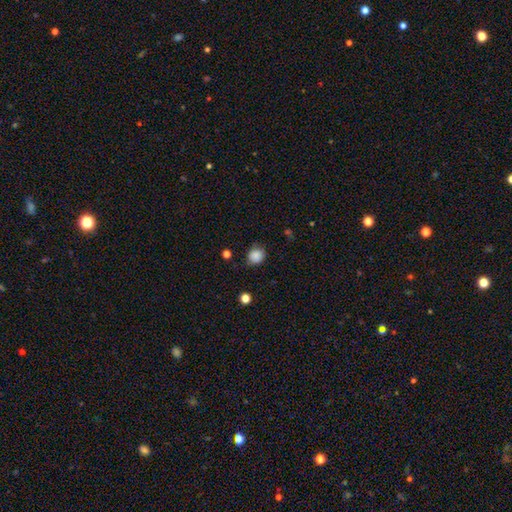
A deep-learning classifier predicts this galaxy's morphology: Overall: smooth (86%). How rounded: round (73%). Merging: none (74%).